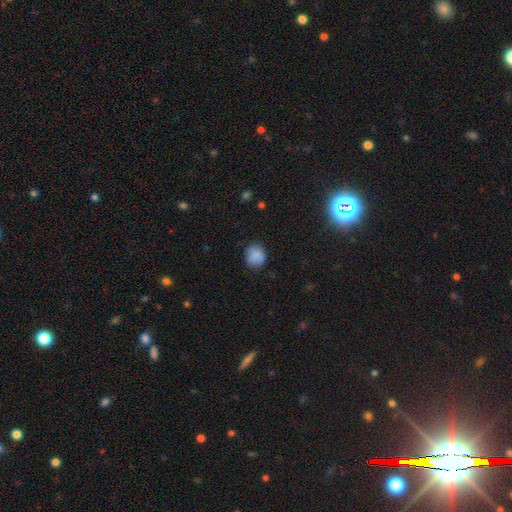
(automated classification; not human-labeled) The model was most divided on "how rounded": round: 75%, in between: 24%, cigar-shaped: 1%. More confident: smooth or featured — smooth (81%); merging — none (73%).